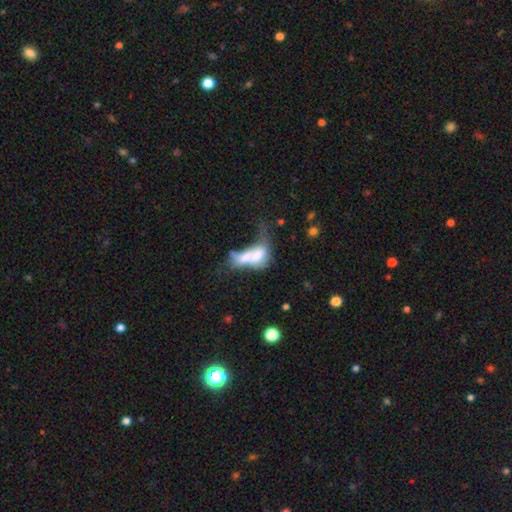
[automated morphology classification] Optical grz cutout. It shows a smooth galaxy with no disk features (52%) that is in between round and cigar-shaped (78%). Merging: merger (65%).